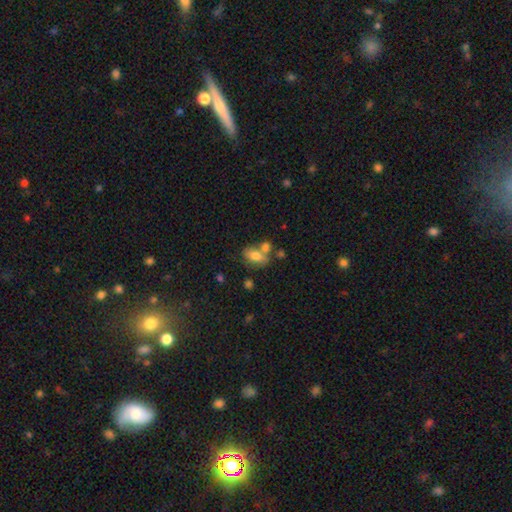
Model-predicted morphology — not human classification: smooth_or_featured: smooth (p=0.73) [alt: featured or disk p=0.17]
how_rounded: in between (p=0.84) [alt: round p=0.13]
merging: none (p=0.45) [alt: merger p=0.33]